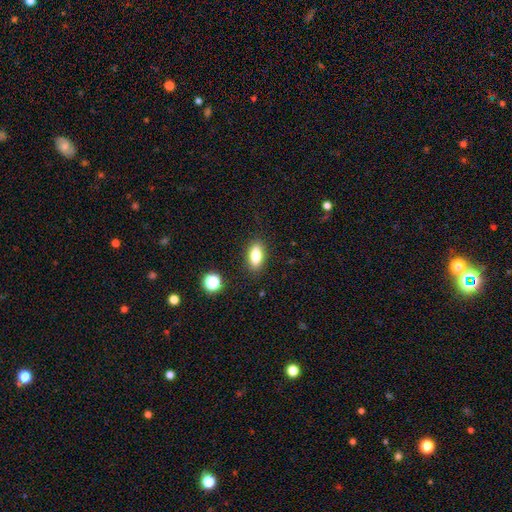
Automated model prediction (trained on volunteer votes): This is likely a smooth galaxy (77%). How rounded: clearly in between (81%). Merging: clearly none (87%).